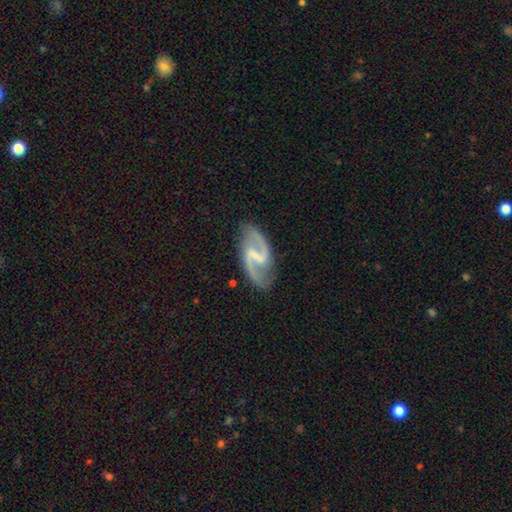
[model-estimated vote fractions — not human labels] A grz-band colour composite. It shows a featured or disk galaxy (91%) with a weak bar (47%), 2 (94%) medium (50%) spiral arms (97%) and no central bulge (44%). Merging: none (83%).